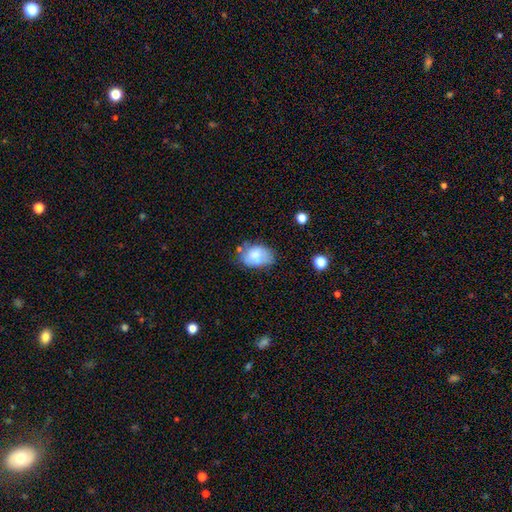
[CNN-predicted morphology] smooth 67%, featured or disk 24%, star or artifact 9%. Down the decision tree: how rounded — in between (84%); merging — none (45%).